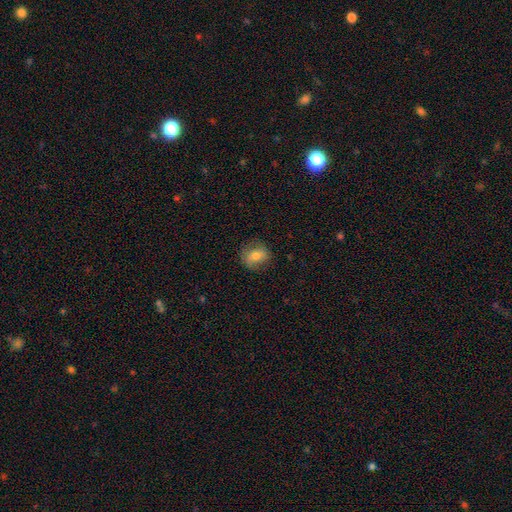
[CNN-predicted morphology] Smooth or featured?
  - smooth: 66% *
  - featured or disk: 25%
  - star or artifact: 9%
How rounded?
  - round: 57% *
  - in between: 42%
  - cigar-shaped: 2%
Merging?
  - none: 77% *
  - minor disturbance: 17%
  - major disturbance: 5%
  - merger: 1%